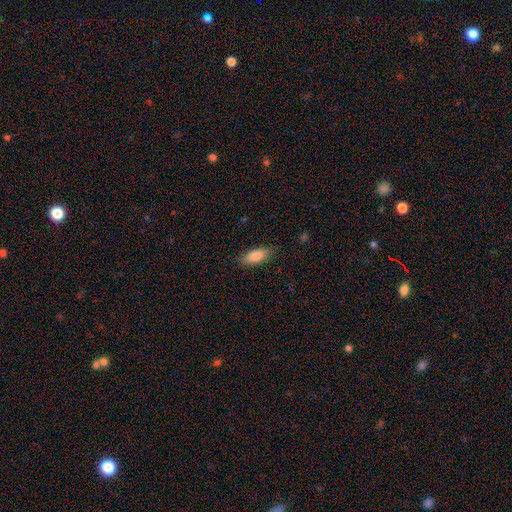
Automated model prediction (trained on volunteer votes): Q: Smooth or featured?
A: smooth (85%); runner-up: featured or disk (9%)
Q: How rounded?
A: in between (77%); runner-up: cigar-shaped (21%)
Q: Merging?
A: none (83%); runner-up: minor disturbance (13%)